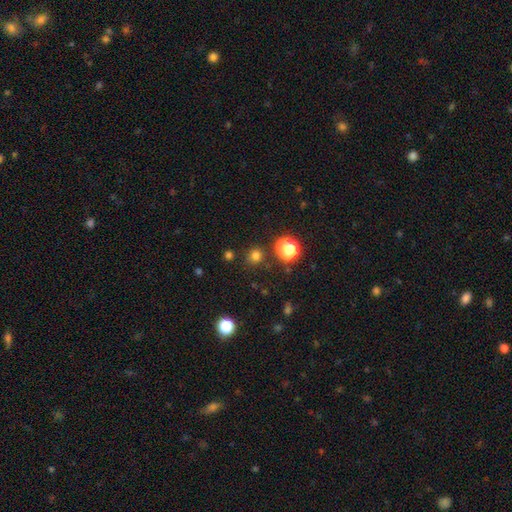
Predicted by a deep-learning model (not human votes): Smooth or featured? Predicted: smooth (p=0.73). How rounded? Predicted: round (p=0.85). Merging? Predicted: none (p=0.81).